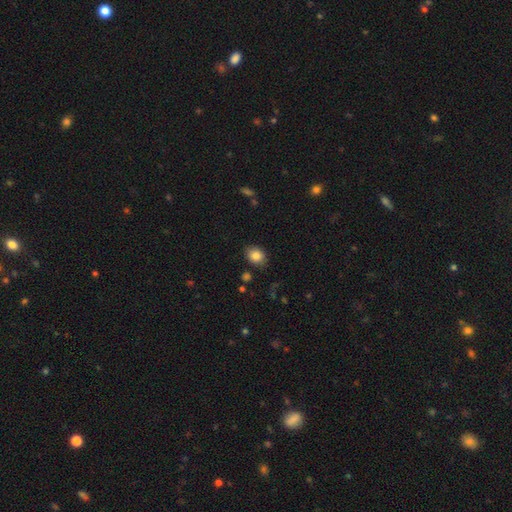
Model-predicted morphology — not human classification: smooth_or_featured: smooth (p=0.85) [alt: star or artifact p=0.09]
how_rounded: in between (p=0.59) [alt: round p=0.40]
merging: none (p=0.82) [alt: minor disturbance p=0.13]